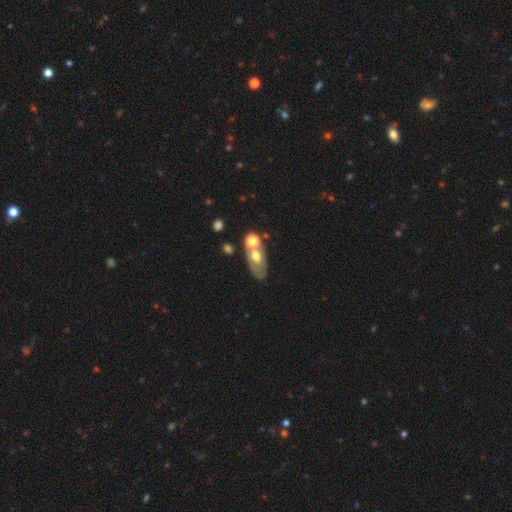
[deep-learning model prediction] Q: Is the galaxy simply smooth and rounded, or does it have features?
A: featured or disk — 47%.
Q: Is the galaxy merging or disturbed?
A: none — 46%.